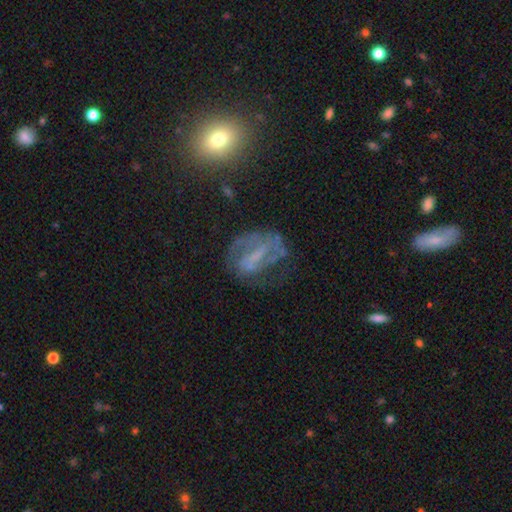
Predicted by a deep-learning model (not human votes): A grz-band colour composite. It shows a featured or disk galaxy (64%) with a strong bar (38%), spiral arms (61%) and no central bulge (51%). Merging: none (48%).